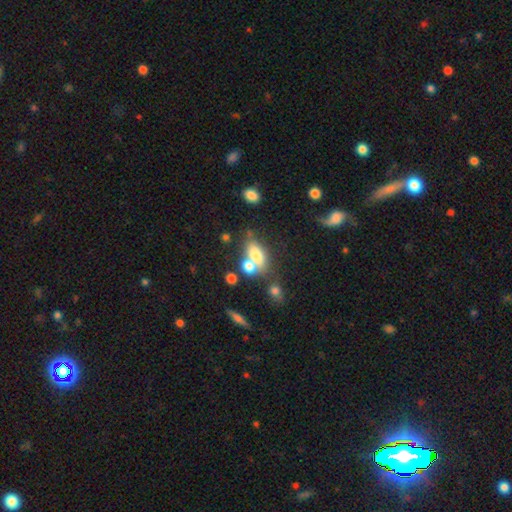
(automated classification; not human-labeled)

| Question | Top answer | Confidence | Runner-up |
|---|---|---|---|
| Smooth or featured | smooth | 71% | featured or disk (18%) |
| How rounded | in between | 81% | round (12%) |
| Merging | merger | 44% | none (36%) |